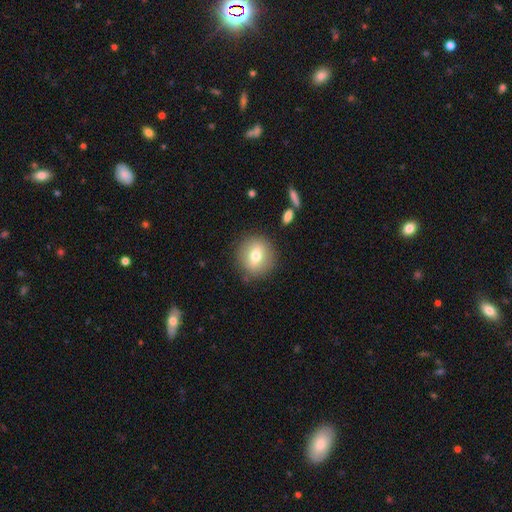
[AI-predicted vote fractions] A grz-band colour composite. It shows a smooth galaxy with no disk features (68%) that is round (85%). Merging: none (85%).